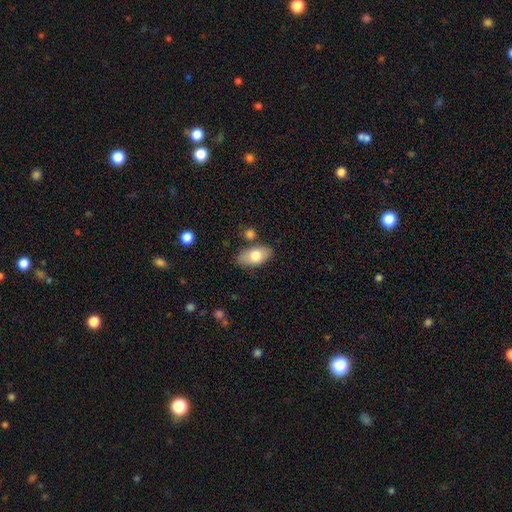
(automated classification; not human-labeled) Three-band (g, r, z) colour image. It shows a smooth galaxy with no disk features (74%) that is in between round and cigar-shaped (92%). Merging: none (77%).